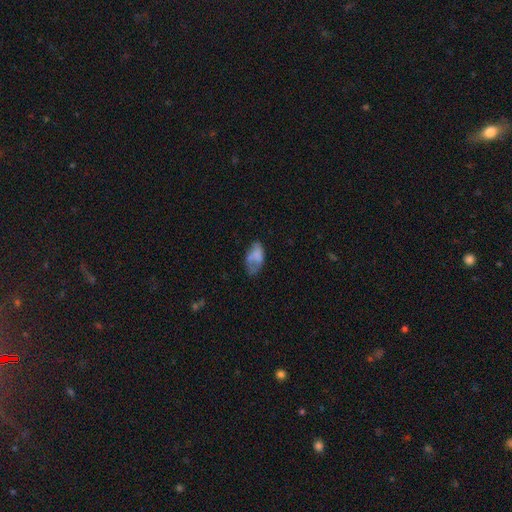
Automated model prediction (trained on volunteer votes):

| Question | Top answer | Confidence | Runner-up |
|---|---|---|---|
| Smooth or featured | smooth | 66% | featured or disk (25%) |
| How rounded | in between | 92% | round (5%) |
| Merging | none | 40% | minor disturbance (30%) |